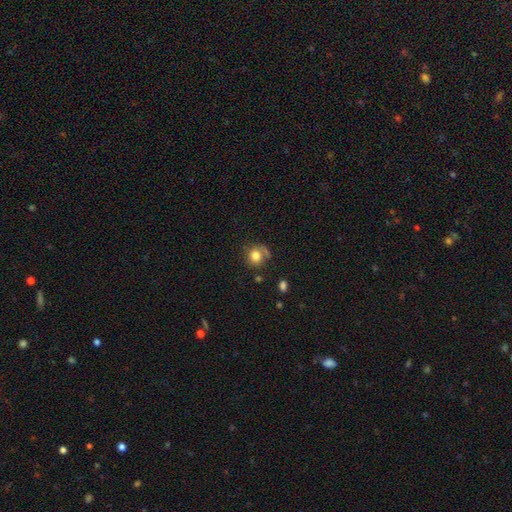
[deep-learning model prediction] A smooth galaxy with no disk features (79%) that is round (78%). Merging: none (61%).